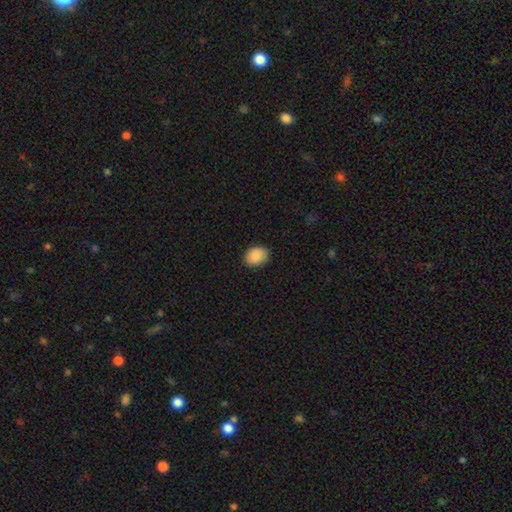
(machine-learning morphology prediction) smooth 89%, star or artifact 7%, featured or disk 4%. Down the decision tree: how rounded — in between (56%); merging — none (87%).